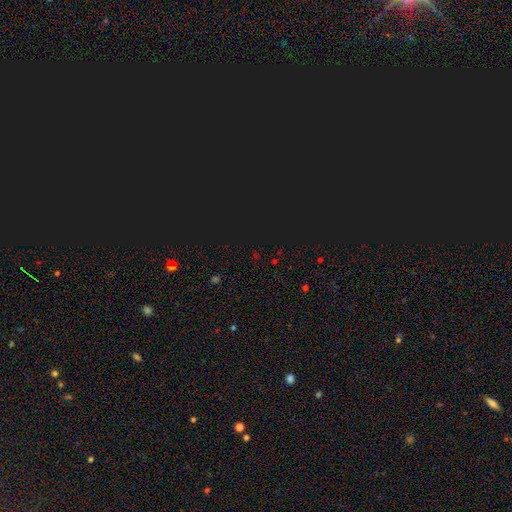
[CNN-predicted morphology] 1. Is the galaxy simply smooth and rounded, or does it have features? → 73% star or artifact, 21% smooth, 7% featured or disk.